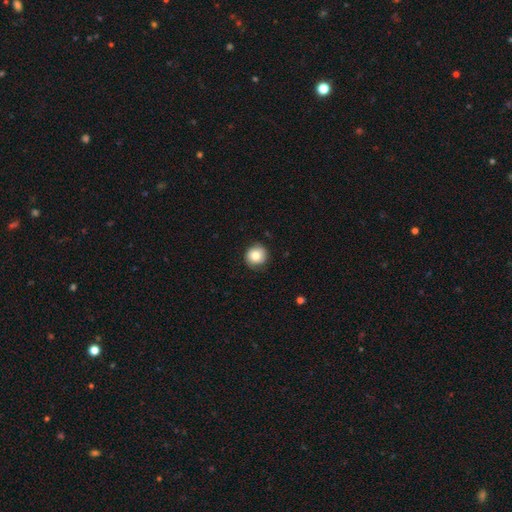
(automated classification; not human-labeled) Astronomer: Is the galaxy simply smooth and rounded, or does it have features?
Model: smooth — 78%.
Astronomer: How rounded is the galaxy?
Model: round — 92%.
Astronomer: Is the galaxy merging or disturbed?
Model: none — 84%.